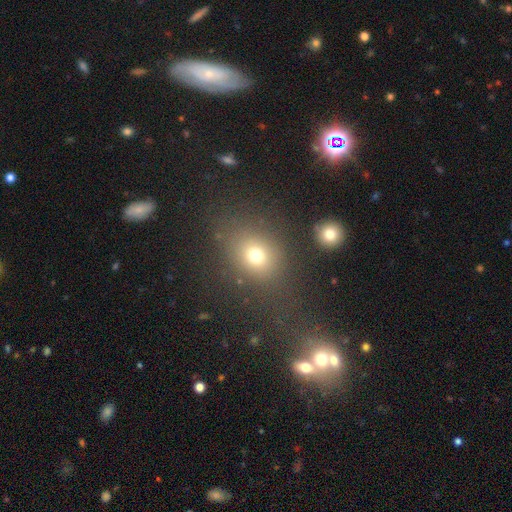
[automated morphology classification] Smooth or featured? Predicted: smooth (p=0.72). How rounded? Predicted: round (p=0.54). Merging? Predicted: none (p=0.75).